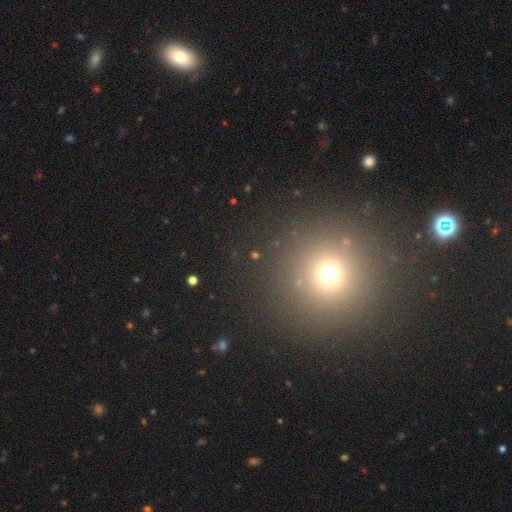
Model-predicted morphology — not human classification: The model was most divided on "smooth or featured": smooth: 53%, star or artifact: 39%, featured or disk: 8%. More confident: how rounded — round (91%); merging — none (86%).